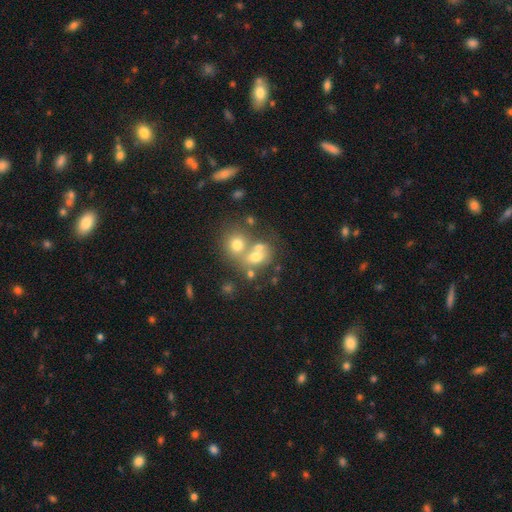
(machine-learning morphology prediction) Smooth or featured? smooth (59%)
How rounded? round (57%)
Merging? merger (54%)